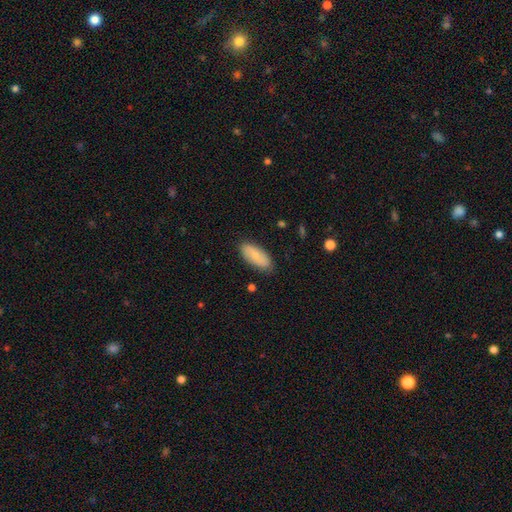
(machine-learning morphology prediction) This appears to be a smooth galaxy with no disk features (69%) that is in between round and cigar-shaped (85%). Merging: none (84%).